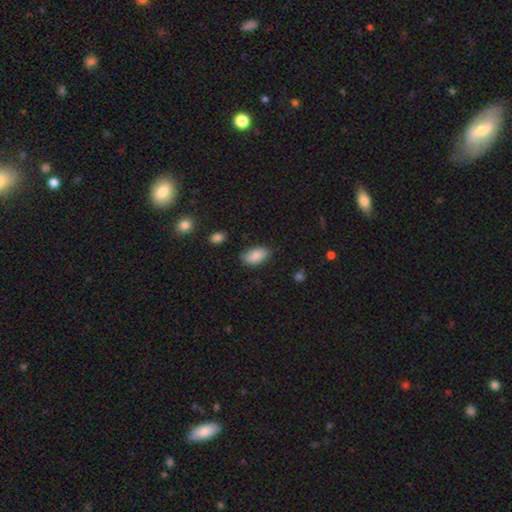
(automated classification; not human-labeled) A smooth galaxy with no disk features (85%) that is in between round and cigar-shaped (94%).

Vote fractions:
- Smooth or featured? smooth: 85% / featured or disk: 8% / star or artifact: 7%
- How rounded? in between: 94% / round: 4% / cigar-shaped: 2%
- Merging? none: 79% / minor disturbance: 17% / major disturbance: 3% / merger: 2%